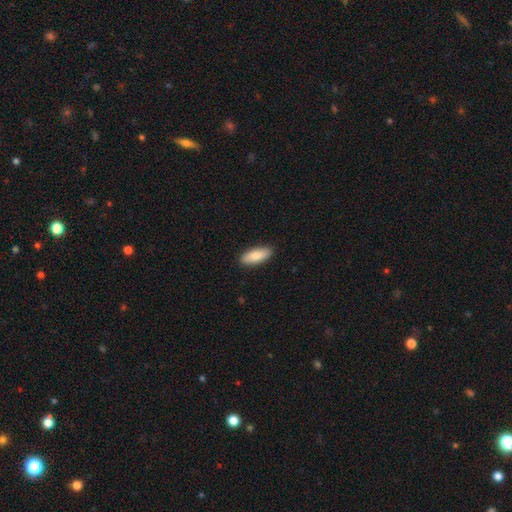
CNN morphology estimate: smooth 83%, featured or disk 11%, star or artifact 6%. Down the decision tree: how rounded — in between (80%); merging — none (89%).